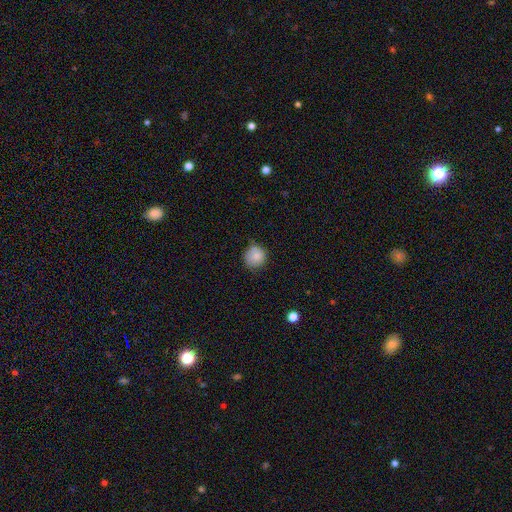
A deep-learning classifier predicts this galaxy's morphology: This is clearly a smooth galaxy (81%). How rounded: clearly round (89%). Merging: likely none (69%).